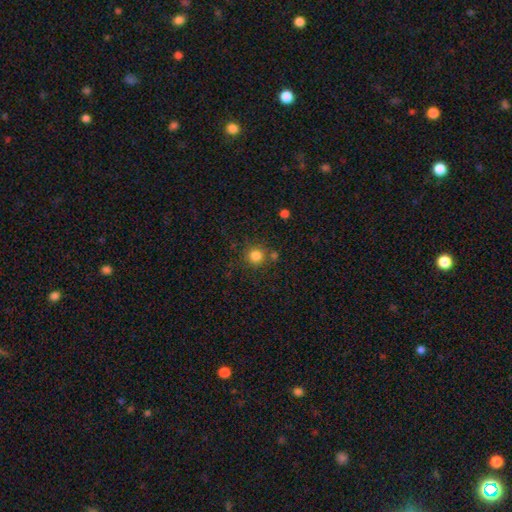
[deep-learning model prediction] Smooth or featured?
  - smooth: 82% *
  - star or artifact: 13%
  - featured or disk: 5%
How rounded?
  - round: 93% *
  - in between: 6%
  - cigar-shaped: 1%
Merging?
  - none: 79% *
  - minor disturbance: 9%
  - merger: 9%
  - major disturbance: 3%